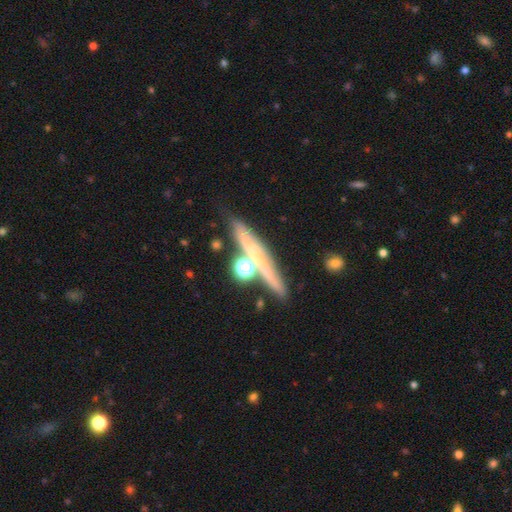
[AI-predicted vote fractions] featured or disk 45%, smooth 37%, star or artifact 18%. Down the decision tree: merging — none (69%).